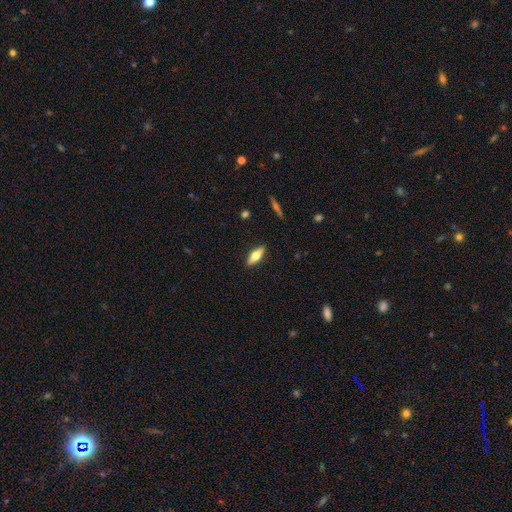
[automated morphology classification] type=smooth (56%); roundness=in between (55%); merging=none (89%).